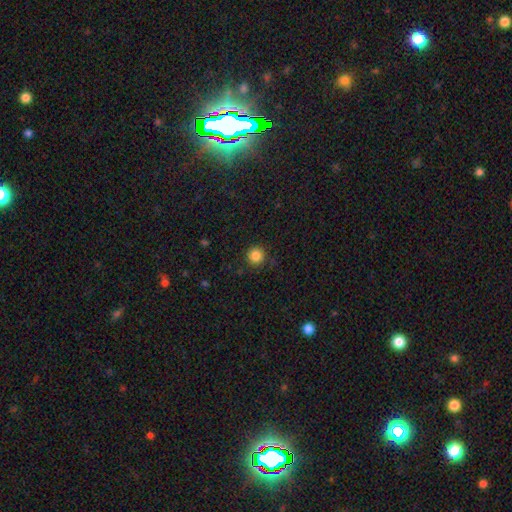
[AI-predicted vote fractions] Overall: smooth (85%). How rounded: round (95%). Merging: none (89%).